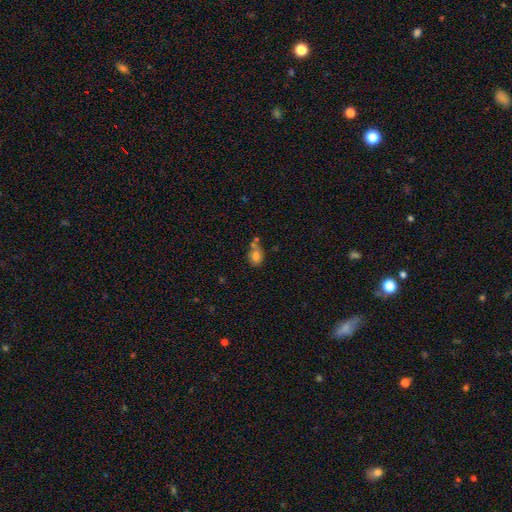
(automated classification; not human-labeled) Smooth or featured? smooth (72%)
How rounded? in between (73%)
Merging? none (42%)